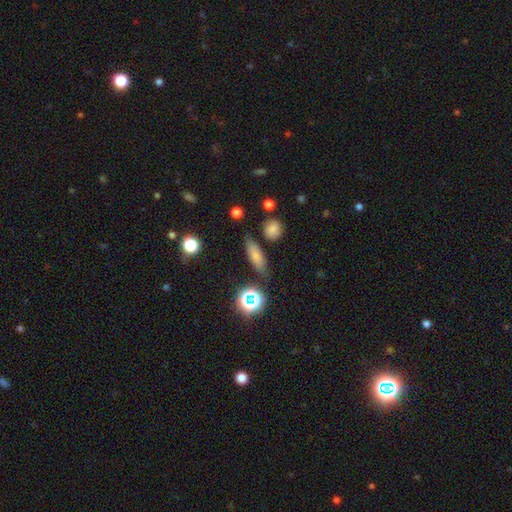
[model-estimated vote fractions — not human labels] A smooth galaxy with no disk features (72%) that is in between round and cigar-shaped (51%).

Vote fractions:
- Smooth or featured? smooth: 72% / featured or disk: 14% / star or artifact: 14%
- How rounded? in between: 51% / cigar-shaped: 41% / round: 7%
- Merging? none: 75% / minor disturbance: 16% / merger: 4% / major disturbance: 4%